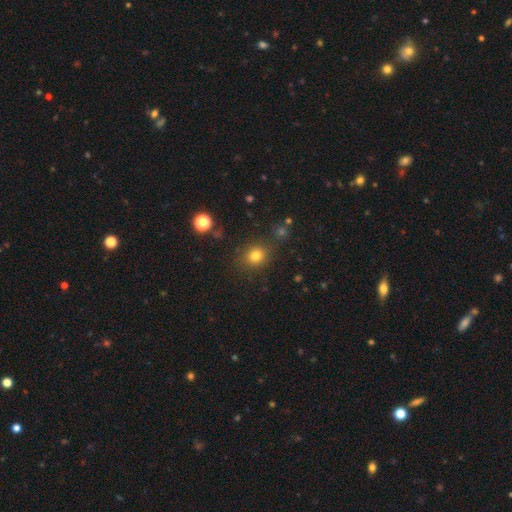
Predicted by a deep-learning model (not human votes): Smooth or featured?
  - smooth: 79% *
  - star or artifact: 15%
  - featured or disk: 7%
How rounded?
  - round: 78% *
  - in between: 21%
  - cigar-shaped: 1%
Merging?
  - none: 83% *
  - minor disturbance: 10%
  - major disturbance: 4%
  - merger: 4%